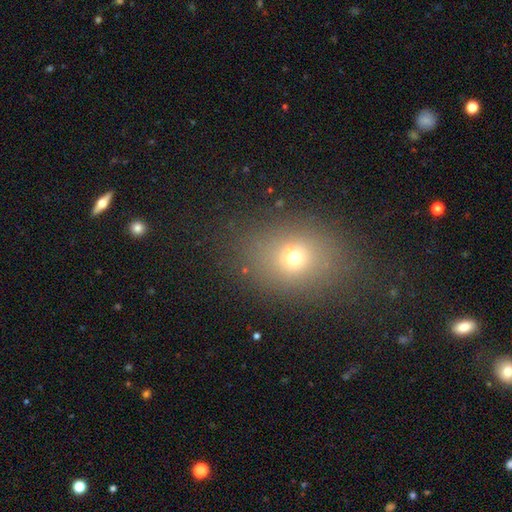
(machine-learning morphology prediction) smooth_or_featured: smooth (p=0.63) [alt: star or artifact p=0.24]
how_rounded: in between (p=0.54) [alt: round p=0.44]
merging: none (p=0.80) [alt: minor disturbance p=0.11]